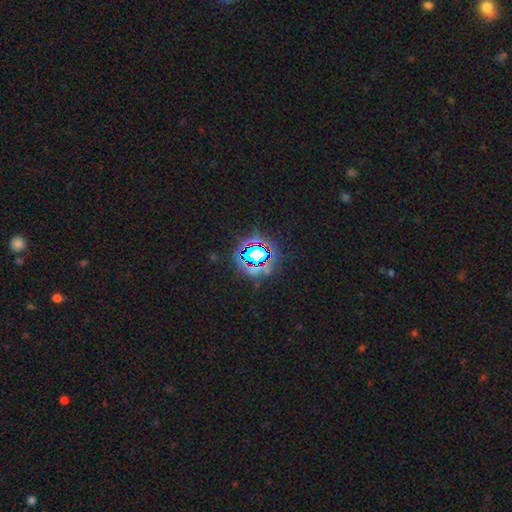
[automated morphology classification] This is likely a star or artifact rather than a galaxy (71%).